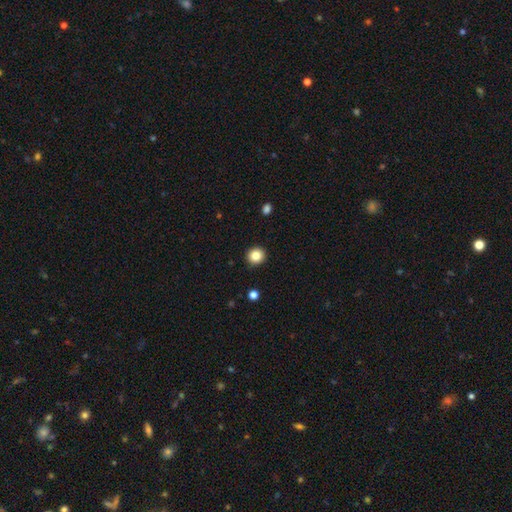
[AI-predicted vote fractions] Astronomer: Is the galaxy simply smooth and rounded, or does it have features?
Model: smooth — 84%.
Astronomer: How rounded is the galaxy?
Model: round — 92%.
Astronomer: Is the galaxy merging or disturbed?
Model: none — 93%.